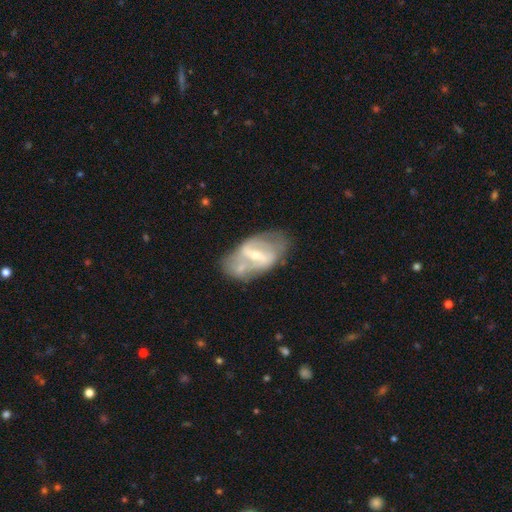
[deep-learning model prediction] Q: Smooth or featured?
A: featured or disk (77%); runner-up: smooth (16%)
Q: Edge-on disk?
A: no (94%); runner-up: yes (6%)
Q: Bar?
A: strong (59%); runner-up: weak (31%)
Q: Spiral arms?
A: yes (62%); runner-up: no (38%)
Q: Bulge size?
A: small (56%); runner-up: moderate (38%)
Q: Merging?
A: none (53%); runner-up: minor disturbance (24%)